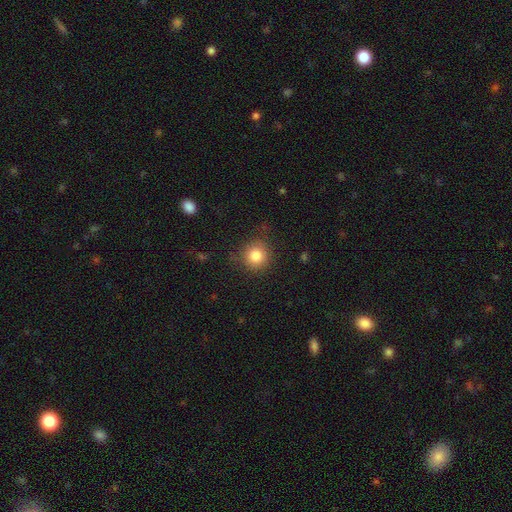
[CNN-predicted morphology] A smooth galaxy with no disk features (83%) that is round (90%). Merging: none (84%).